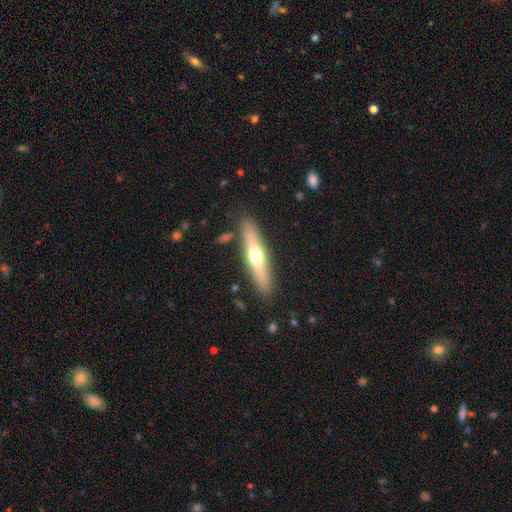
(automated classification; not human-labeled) Smooth or featured?
  - featured or disk: 48% *
  - smooth: 46%
  - star or artifact: 6%
Merging?
  - none: 86% *
  - minor disturbance: 9%
  - merger: 3%
  - major disturbance: 2%